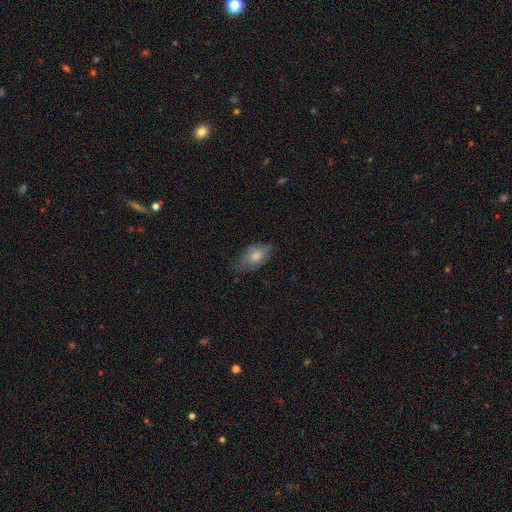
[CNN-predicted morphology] Smooth or featured?
  - smooth: 64% *
  - featured or disk: 25%
  - star or artifact: 11%
How rounded?
  - in between: 85% *
  - round: 9%
  - cigar-shaped: 6%
Merging?
  - none: 67% *
  - minor disturbance: 25%
  - major disturbance: 6%
  - merger: 1%